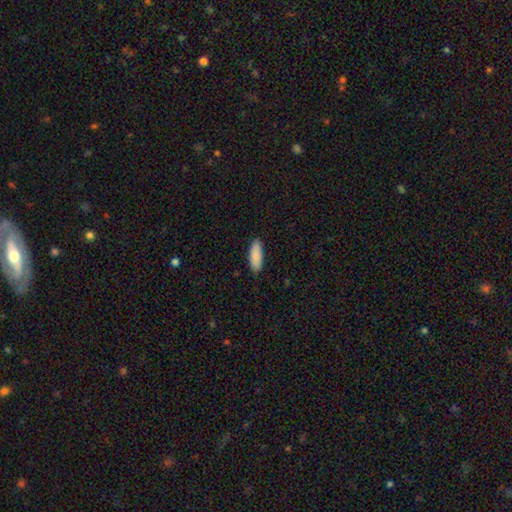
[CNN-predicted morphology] This appears to be a smooth galaxy with no disk features (88%) that is in between round and cigar-shaped (67%). Merging: none (88%).